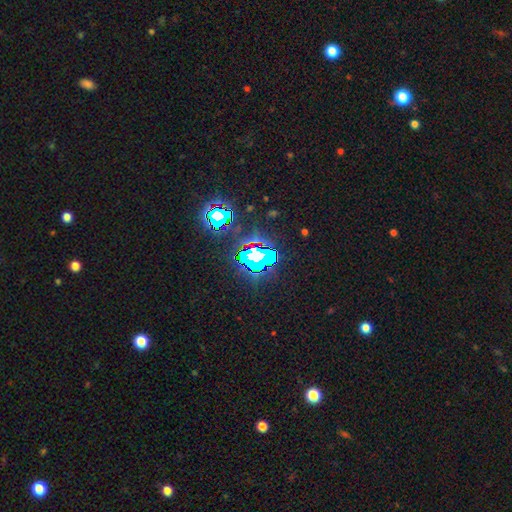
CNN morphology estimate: smooth_or_featured: star or artifact (p=0.66) [alt: smooth p=0.19]